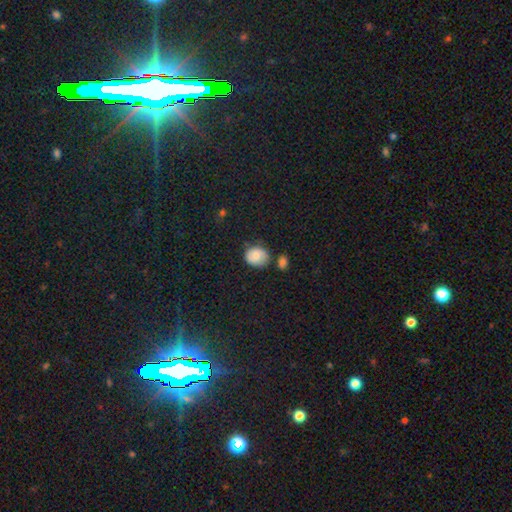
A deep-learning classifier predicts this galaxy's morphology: Q: Smooth or featured?
A: smooth (77%); runner-up: featured or disk (13%)
Q: How rounded?
A: round (62%); runner-up: in between (37%)
Q: Merging?
A: none (68%); runner-up: minor disturbance (20%)